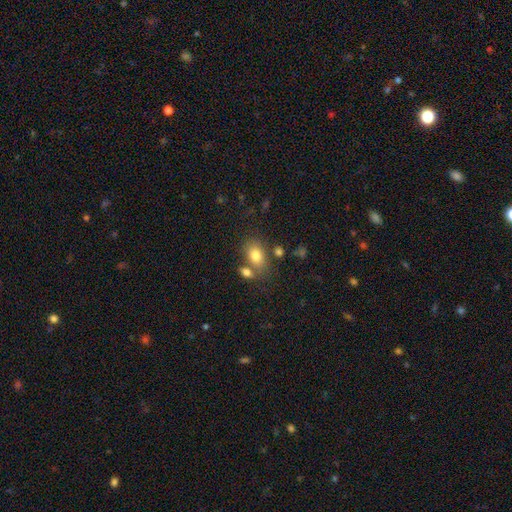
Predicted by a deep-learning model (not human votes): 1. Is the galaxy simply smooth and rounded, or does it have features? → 80% smooth, 10% featured or disk, 9% star or artifact.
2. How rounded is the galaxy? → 80% in between, 18% round, 2% cigar-shaped.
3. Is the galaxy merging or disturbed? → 60% none, 22% merger, 13% minor disturbance, 5% major disturbance.